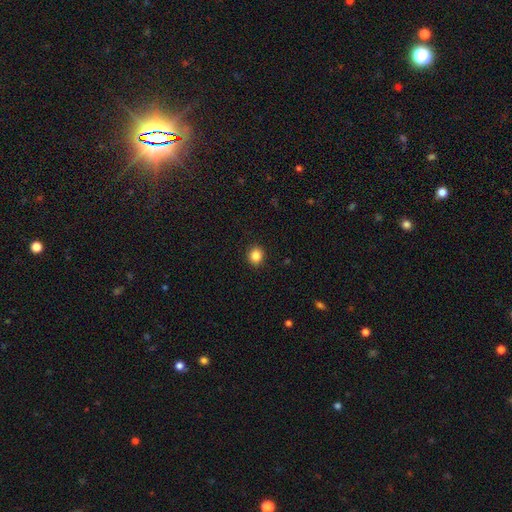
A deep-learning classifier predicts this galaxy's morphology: type=smooth (86%); roundness=round (83%); merging=none (92%).